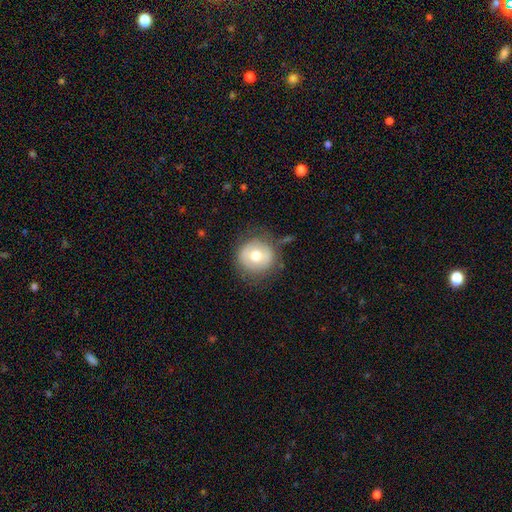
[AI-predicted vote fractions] smooth-or-featured: smooth: 63% | featured or disk: 29% | star or artifact: 8%
  how-rounded: round: 91% | in between: 8% | cigar-shaped: 1%
  merging: none: 77% | minor disturbance: 15% | major disturbance: 6% | merger: 2%